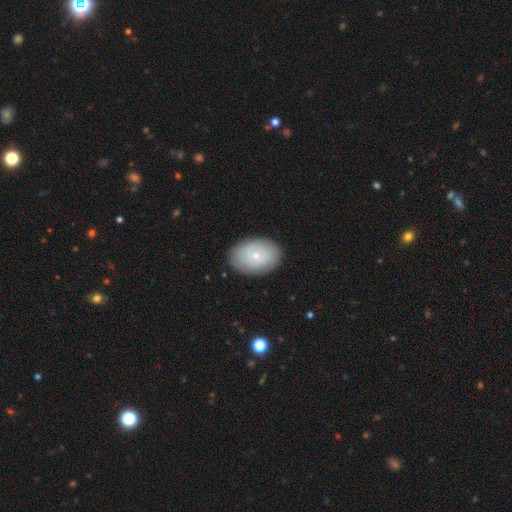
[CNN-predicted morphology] This is possibly a smooth galaxy (58%). How rounded: clearly in between (81%). Merging: clearly none (85%).